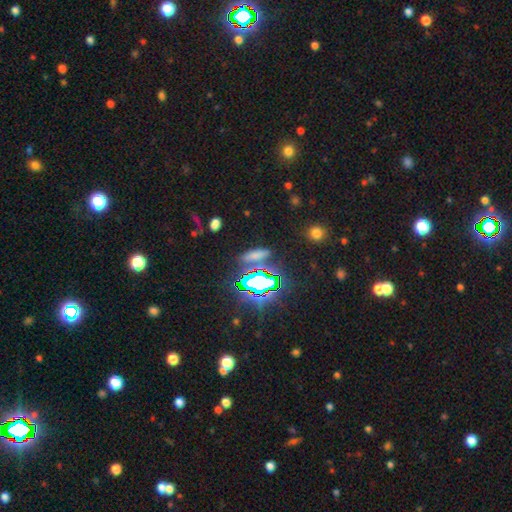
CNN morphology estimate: A smooth galaxy with no disk features (45%). Merging: none (75%).